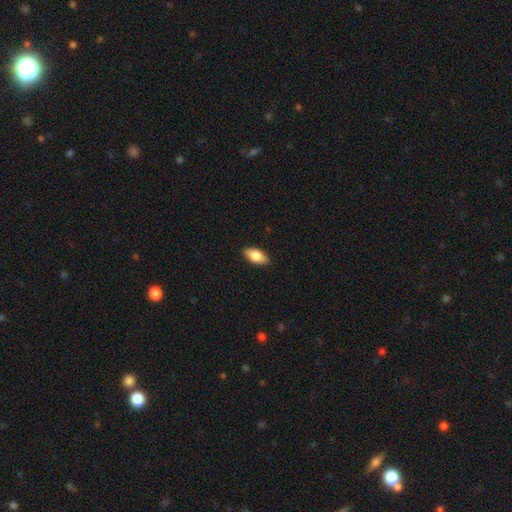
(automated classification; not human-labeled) Morphology: type=smooth (79%); roundness=in between (89%); merging=none (89%).